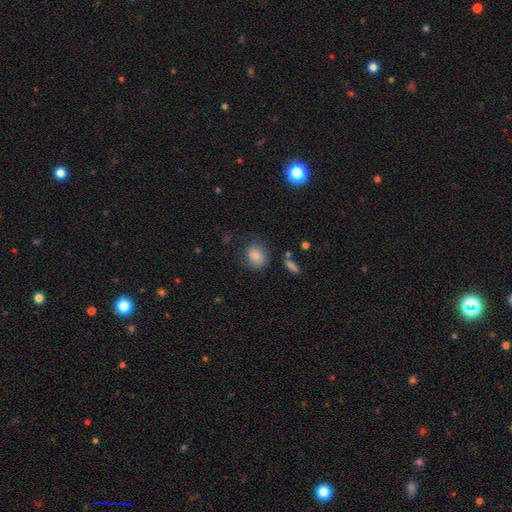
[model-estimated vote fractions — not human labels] Q: Smooth or featured?
A: smooth (84%); runner-up: star or artifact (9%)
Q: How rounded?
A: round (52%); runner-up: in between (47%)
Q: Merging?
A: none (71%); runner-up: minor disturbance (20%)